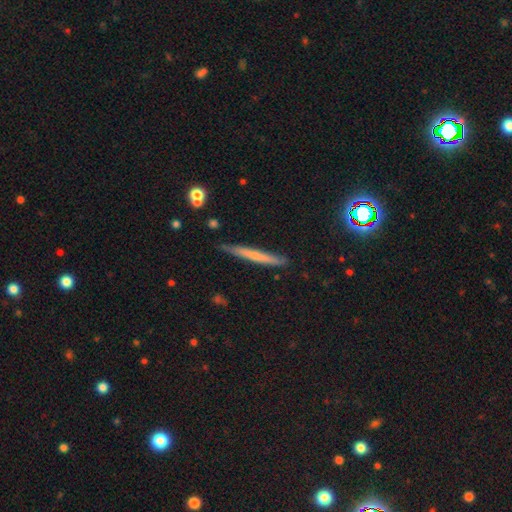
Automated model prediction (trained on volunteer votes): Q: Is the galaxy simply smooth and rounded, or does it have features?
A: smooth — 56%.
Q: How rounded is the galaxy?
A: cigar-shaped — 96%.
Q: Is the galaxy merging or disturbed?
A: none — 81%.